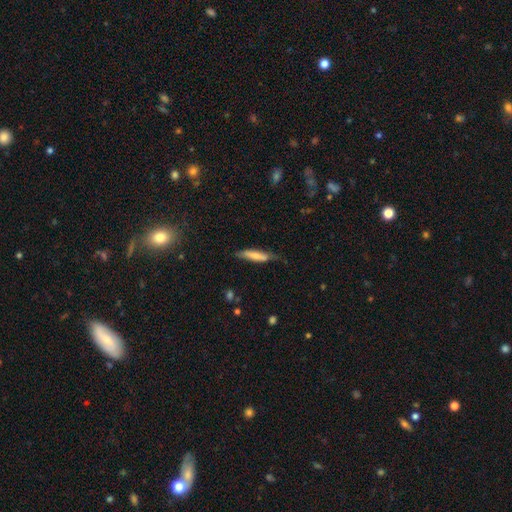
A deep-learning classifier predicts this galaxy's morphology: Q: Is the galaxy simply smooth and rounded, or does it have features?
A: smooth — 69%.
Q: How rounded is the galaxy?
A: cigar-shaped — 83%.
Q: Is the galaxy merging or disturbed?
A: none — 64%.